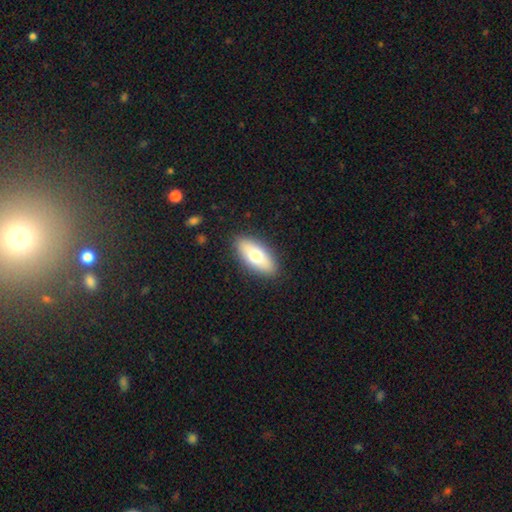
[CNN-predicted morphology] A smooth galaxy with no disk features (69%) that is in between round and cigar-shaped (84%). Merging: none (88%).